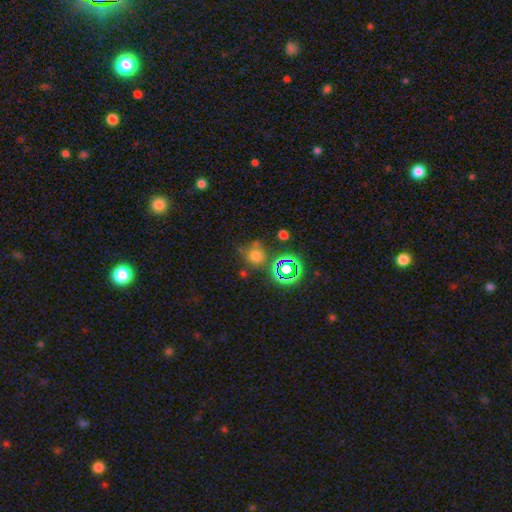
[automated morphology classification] A smooth galaxy with no disk features (62%) that is round (86%). Merging: none (64%).